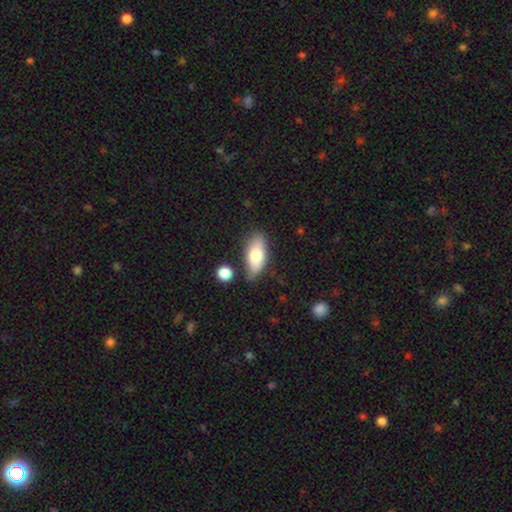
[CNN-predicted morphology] This is likely a smooth galaxy (76%). How rounded: clearly in between (81%). Merging: likely none (72%).